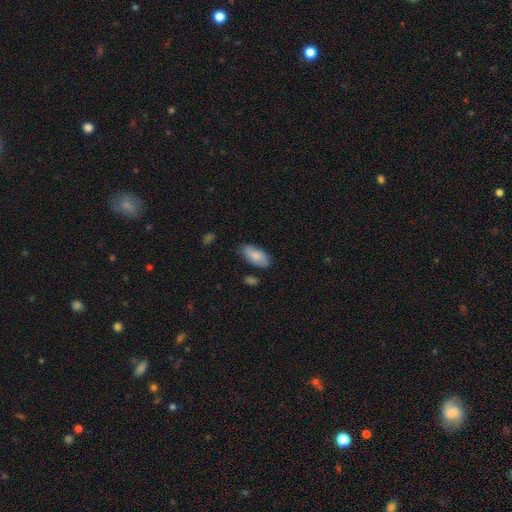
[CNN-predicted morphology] Smooth or featured: smooth — 82% (featured or disk — 12%)
How rounded: in between — 92% (cigar-shaped — 6%)
Merging: none — 78% (minor disturbance — 16%)